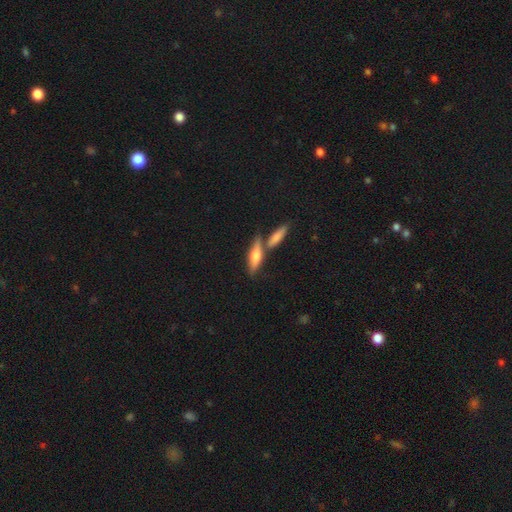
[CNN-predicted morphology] Overall: smooth (58%; featured or disk 36%). How rounded: cigar-shaped (57%; in between 40%). Merging: none (57%; merger 29%).